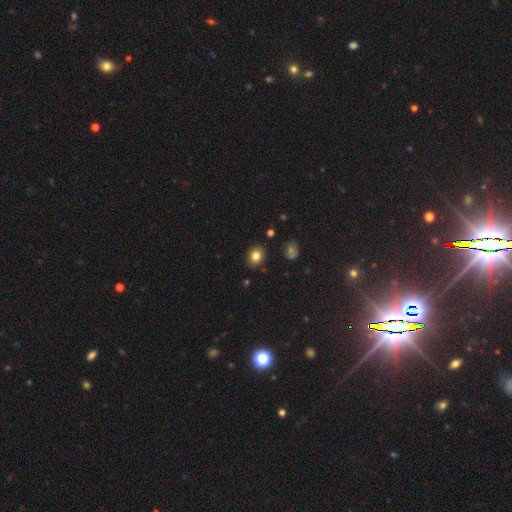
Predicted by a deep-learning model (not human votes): smooth 82%, star or artifact 11%, featured or disk 7%. Down the decision tree: how rounded — round (62%); merging — none (88%).